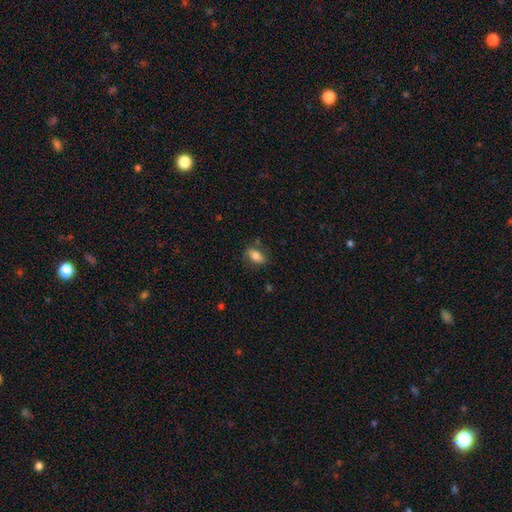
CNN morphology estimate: Smooth or featured: smooth — 75% (featured or disk — 18%)
How rounded: in between — 86% (round — 9%)
Merging: none — 73% (minor disturbance — 19%)